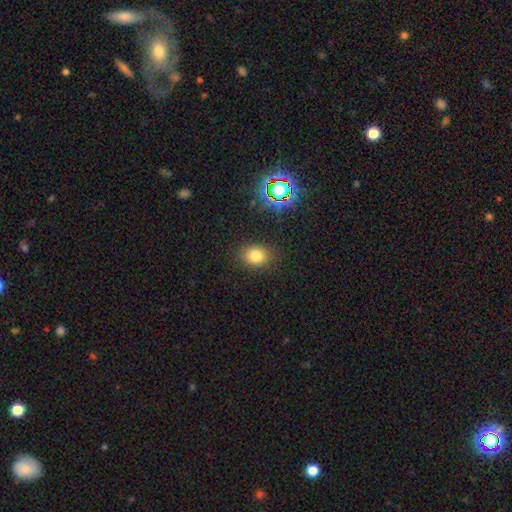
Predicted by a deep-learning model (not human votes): Smooth or featured?
  - smooth: 78% *
  - star or artifact: 16%
  - featured or disk: 7%
How rounded?
  - in between: 51% *
  - round: 47%
  - cigar-shaped: 1%
Merging?
  - none: 85% *
  - minor disturbance: 10%
  - major disturbance: 3%
  - merger: 1%